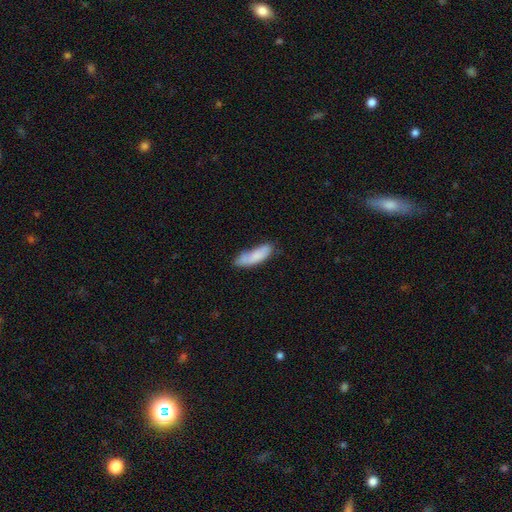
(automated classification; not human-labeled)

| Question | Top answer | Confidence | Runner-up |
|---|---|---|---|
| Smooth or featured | smooth | 81% | featured or disk (13%) |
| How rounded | in between | 51% | cigar-shaped (47%) |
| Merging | none | 60% | minor disturbance (28%) |